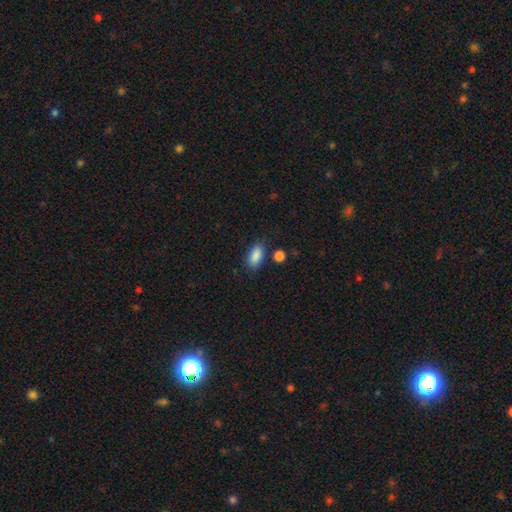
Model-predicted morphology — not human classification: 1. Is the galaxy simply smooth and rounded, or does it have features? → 87% smooth, 8% star or artifact, 5% featured or disk.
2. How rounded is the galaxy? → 88% in between, 7% cigar-shaped, 5% round.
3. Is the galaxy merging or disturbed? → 75% none, 16% minor disturbance, 5% merger, 4% major disturbance.